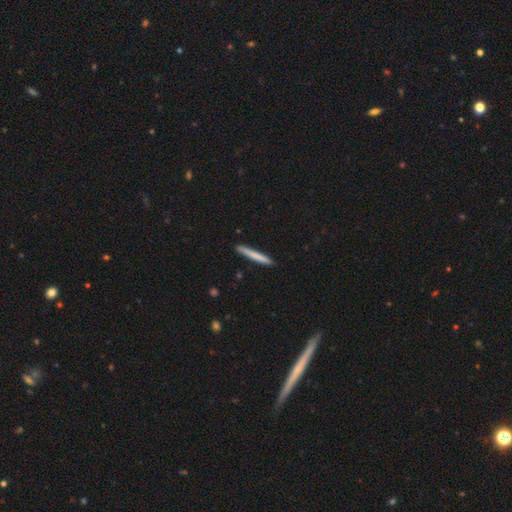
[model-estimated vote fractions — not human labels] A smooth galaxy with no disk features (75%) that is cigar-shaped (96%). Merging: none (88%).